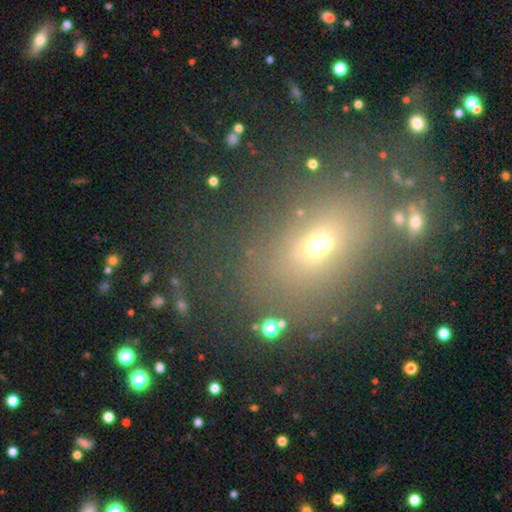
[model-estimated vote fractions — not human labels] Q: Smooth or featured?
A: smooth (52%); runner-up: star or artifact (34%)
Q: How rounded?
A: in between (61%); runner-up: round (36%)
Q: Merging?
A: none (75%); runner-up: minor disturbance (12%)